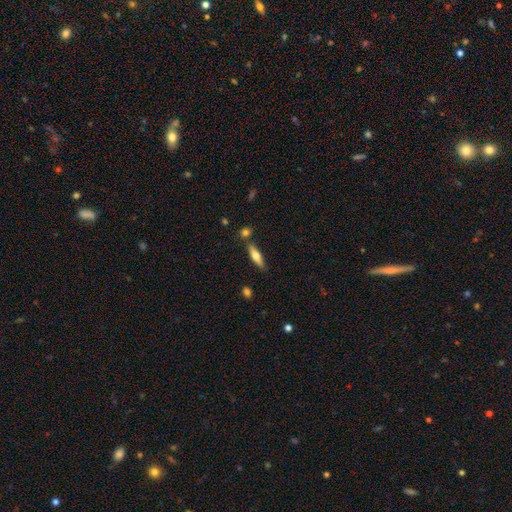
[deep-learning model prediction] Smooth or featured?
  - smooth: 54% *
  - featured or disk: 39%
  - star or artifact: 6%
How rounded?
  - cigar-shaped: 70% *
  - in between: 28%
  - round: 2%
Merging?
  - none: 77% *
  - minor disturbance: 12%
  - merger: 8%
  - major disturbance: 3%